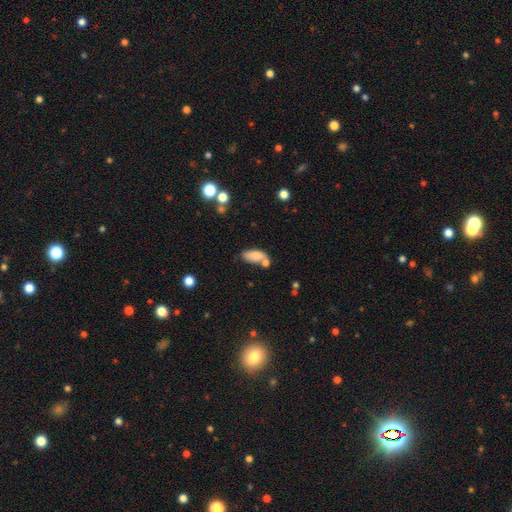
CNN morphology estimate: Smooth or featured?
  - smooth: 79% *
  - featured or disk: 13%
  - star or artifact: 8%
How rounded?
  - in between: 85% *
  - cigar-shaped: 12%
  - round: 3%
Merging?
  - none: 51% *
  - merger: 26%
  - minor disturbance: 18%
  - major disturbance: 6%